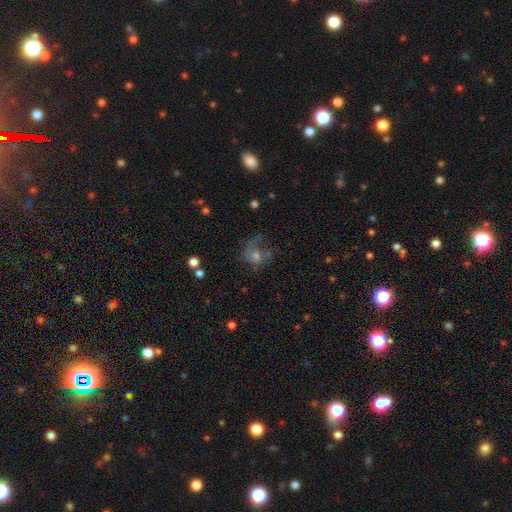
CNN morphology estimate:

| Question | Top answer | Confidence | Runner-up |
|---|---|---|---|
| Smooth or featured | featured or disk | 40% | smooth (38%) |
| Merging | none | 43% | major disturbance (34%) |